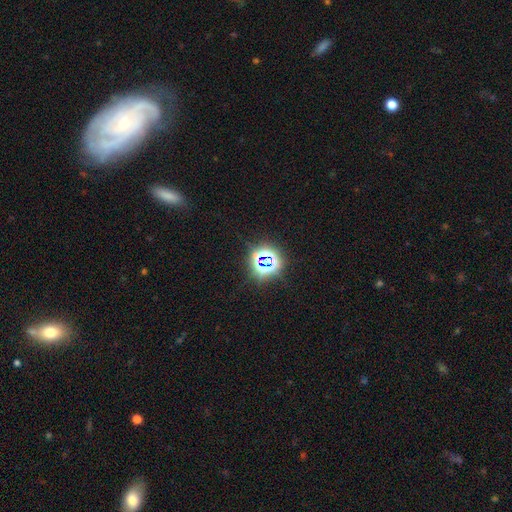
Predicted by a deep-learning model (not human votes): A star or artifact, not a galaxy (74%).

Vote fractions:
- Smooth or featured? star or artifact: 74% / smooth: 18% / featured or disk: 9%